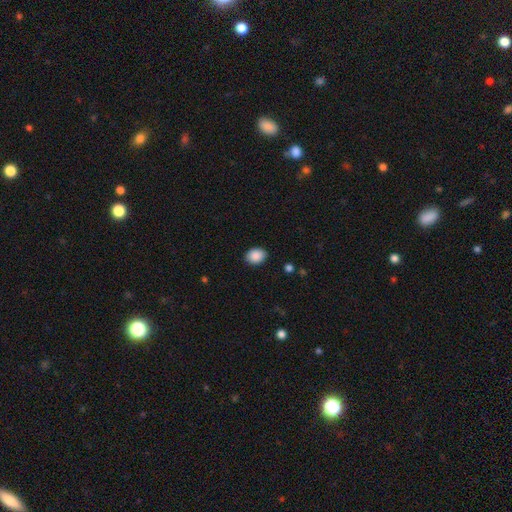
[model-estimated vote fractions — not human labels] smooth 89%, star or artifact 8%, featured or disk 3%. Down the decision tree: how rounded — in between (61%); merging — none (88%).